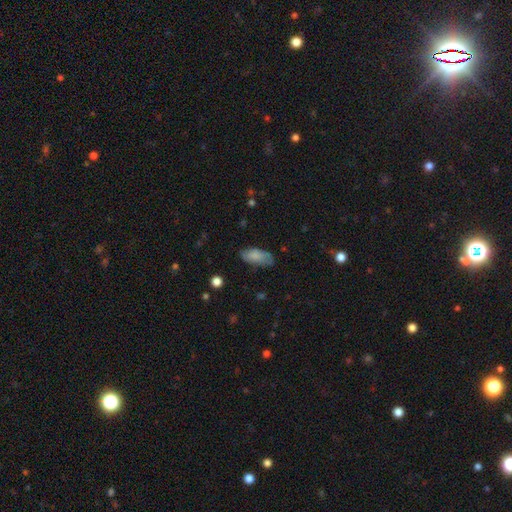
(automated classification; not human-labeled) The model was most divided on "merging": none: 70%, minor disturbance: 23%, major disturbance: 6%, merger: 1%. More confident: how rounded — in between (88%); smooth or featured — smooth (78%).